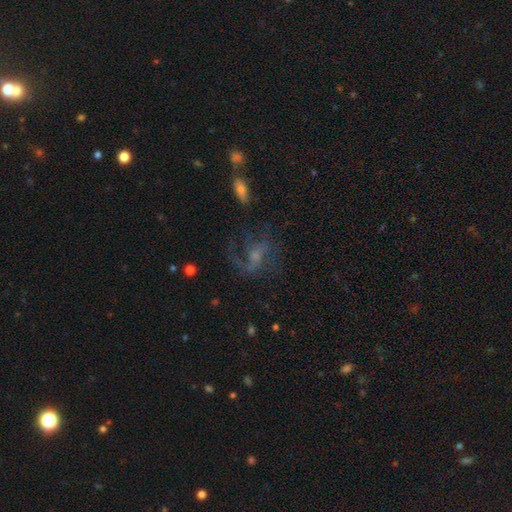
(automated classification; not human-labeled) A featured or disk galaxy (72%) with no bar (49%), 2 (43%) loose (49%) spiral arms (85%) and a small central bulge (53%). Merging: none (50%).